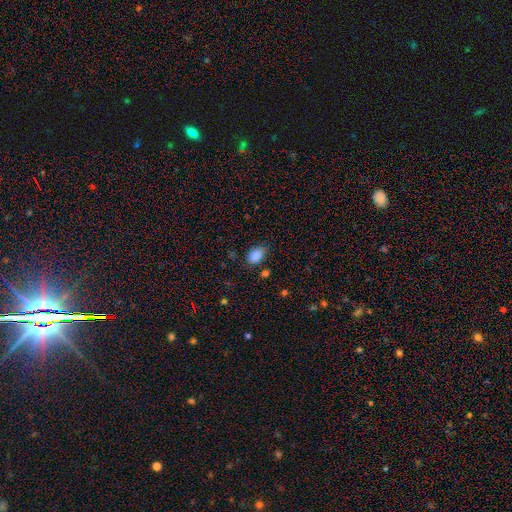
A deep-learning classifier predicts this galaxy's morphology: A smooth galaxy with no disk features (87%) that is in between round and cigar-shaped (85%). Merging: none (74%).